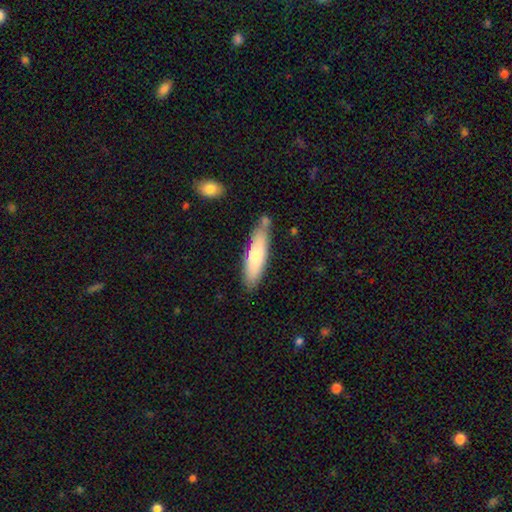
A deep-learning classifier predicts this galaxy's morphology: The model was most divided on "how rounded": cigar-shaped: 67%, in between: 31%, round: 1%. More confident: merging — none (71%); smooth or featured — smooth (68%).